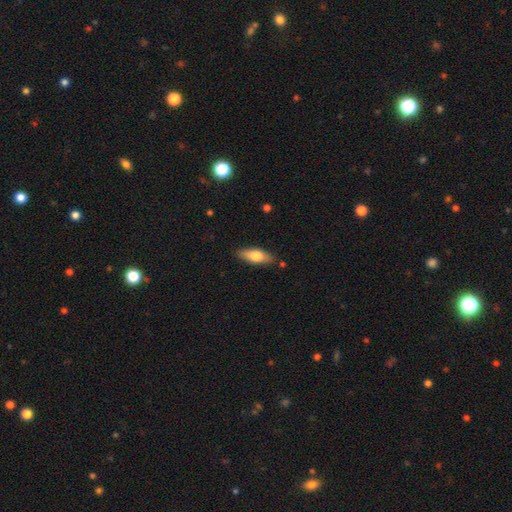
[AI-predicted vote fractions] Smooth or featured? Predicted: smooth (p=0.71). How rounded? Predicted: in between (p=0.68). Merging? Predicted: none (p=0.85).